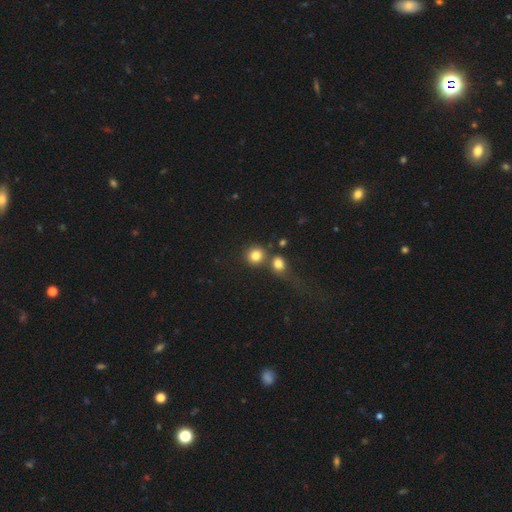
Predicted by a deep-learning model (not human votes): This appears to be a smooth galaxy with no disk features (82%) that is round (88%). Merging: none (59%).